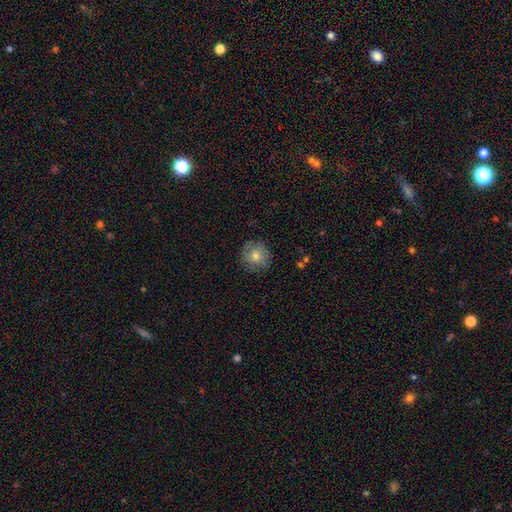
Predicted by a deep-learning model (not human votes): This appears to be a smooth galaxy with no disk features (60%) that is round (92%). Merging: none (84%).